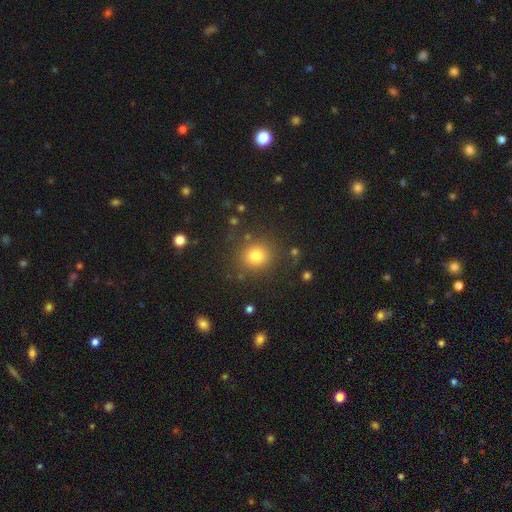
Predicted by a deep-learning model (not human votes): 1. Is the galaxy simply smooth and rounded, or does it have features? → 80% smooth, 14% star or artifact, 6% featured or disk.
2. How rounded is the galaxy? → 85% round, 14% in between, 1% cigar-shaped.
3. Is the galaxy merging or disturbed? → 85% none, 9% minor disturbance, 4% major disturbance, 3% merger.